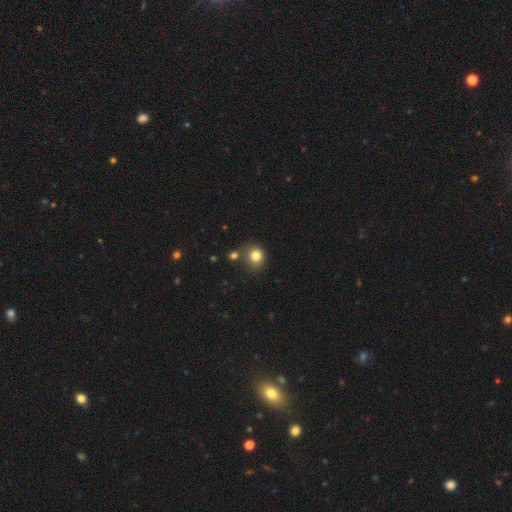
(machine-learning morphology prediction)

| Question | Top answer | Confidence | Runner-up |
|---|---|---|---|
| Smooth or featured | smooth | 82% | star or artifact (11%) |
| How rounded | round | 79% | in between (20%) |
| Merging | none | 68% | minor disturbance (15%) |